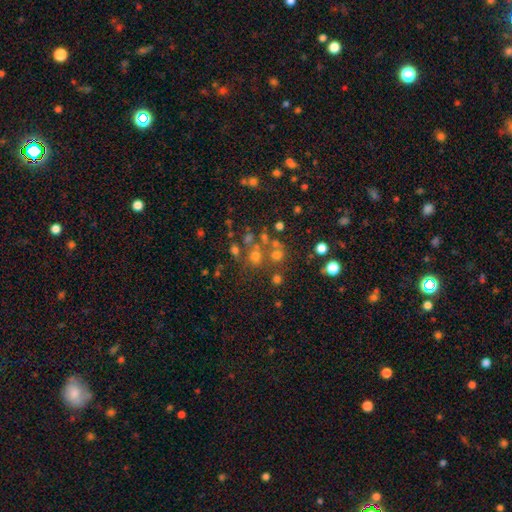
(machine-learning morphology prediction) Smooth or featured? smooth (46%)
Merging? none (60%)